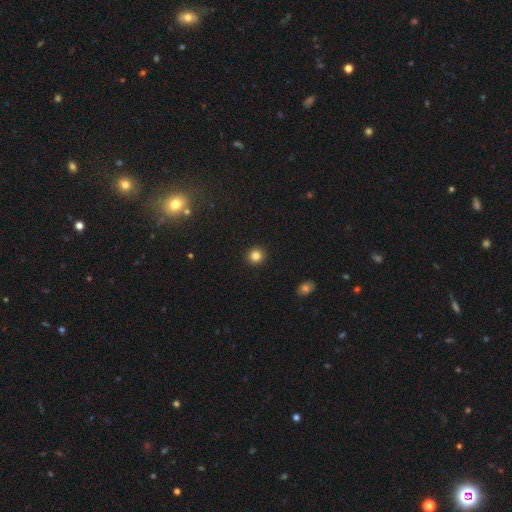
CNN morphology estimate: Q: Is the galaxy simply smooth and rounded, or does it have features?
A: smooth — 83%.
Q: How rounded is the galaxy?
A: round — 94%.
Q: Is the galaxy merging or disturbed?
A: none — 93%.